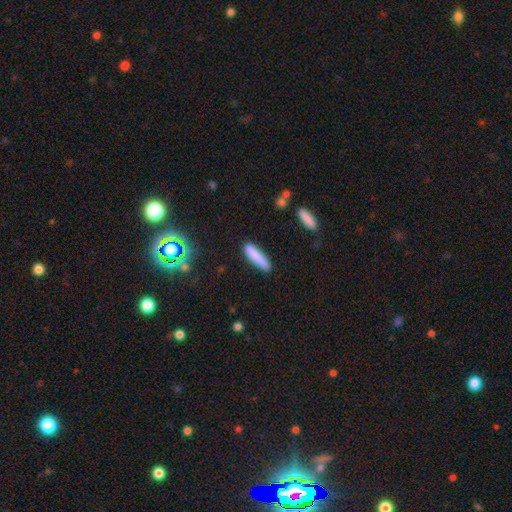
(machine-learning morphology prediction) Overall: smooth (84%). How rounded: cigar-shaped (79%). Merging: none (86%).